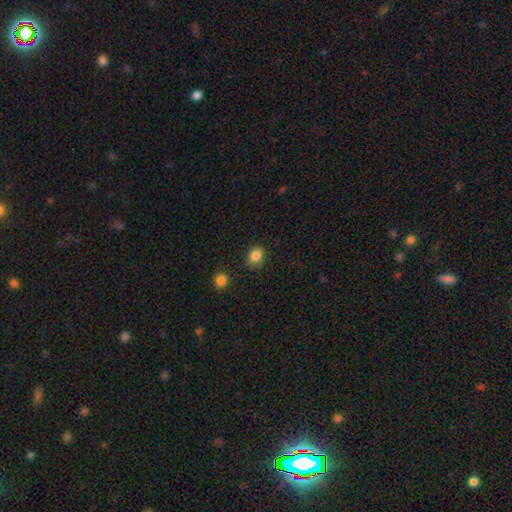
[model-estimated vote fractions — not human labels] smooth-or-featured: smooth: 85% | star or artifact: 10% | featured or disk: 5%
  how-rounded: in between: 52% | round: 47% | cigar-shaped: 1%
  merging: none: 79% | minor disturbance: 15% | major disturbance: 3% | merger: 2%